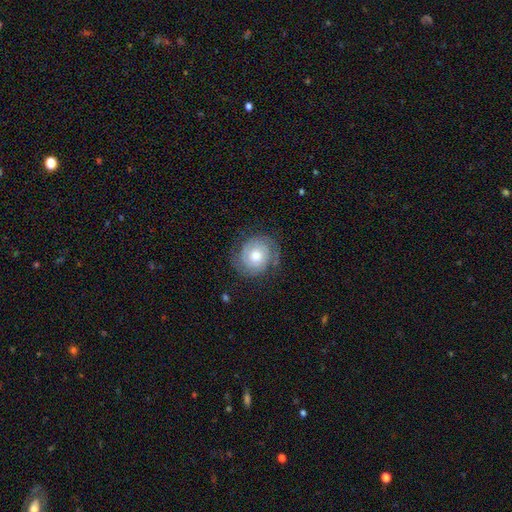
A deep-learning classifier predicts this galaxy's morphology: smooth-or-featured: featured or disk: 69% | smooth: 24% | star or artifact: 7%
  disk-edge-on: no: 98% | yes: 2%
    bar: no: 78% | weak: 18% | strong: 4%
    has-spiral-arms: yes: 88% | no: 12%
      spiral-winding: tight: 69% | medium: 23% | loose: 8%
      spiral-arm-count: 2: 66% | can't tell: 18% | 1: 7% | 3: 5% | 4: 2% | more than 4: 2%
    bulge-size: moderate: 61% | large: 23% | small: 11% | dominant: 3% | none: 2%
  merging: none: 75% | minor disturbance: 16% | major disturbance: 8% | merger: 1%